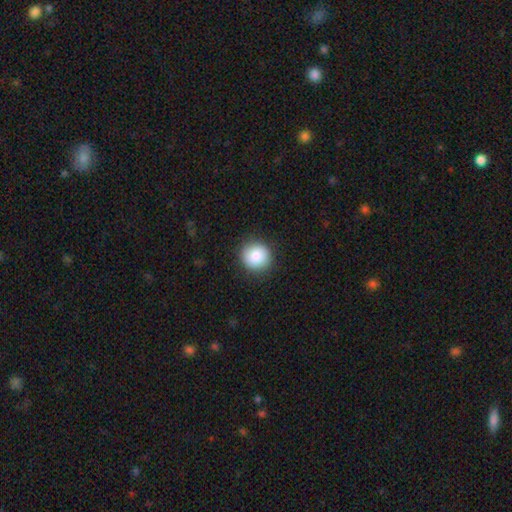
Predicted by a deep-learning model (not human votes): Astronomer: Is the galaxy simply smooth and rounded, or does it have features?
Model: smooth — 84%.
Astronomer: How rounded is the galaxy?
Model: round — 91%.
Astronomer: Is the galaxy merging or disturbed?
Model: none — 90%.